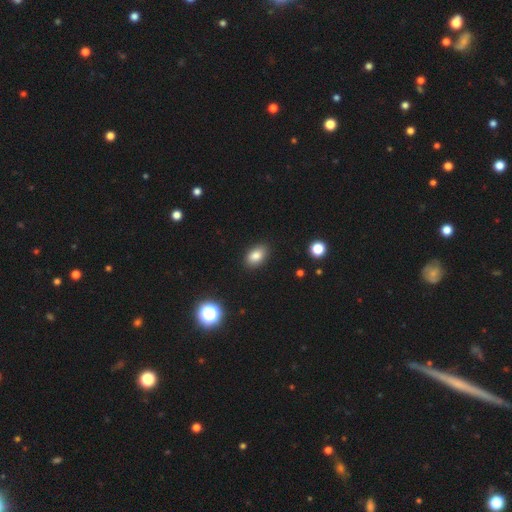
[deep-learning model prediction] smooth 83%, star or artifact 10%, featured or disk 7%. Down the decision tree: how rounded — in between (86%); merging — none (88%).